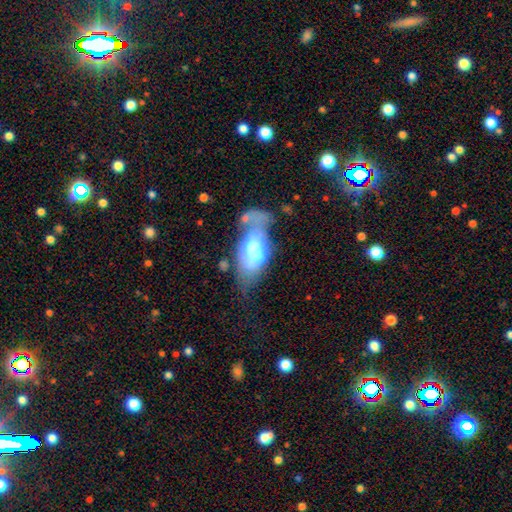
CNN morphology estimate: A smooth galaxy with no disk features (49%).

Vote fractions:
- Smooth or featured? smooth: 49% / featured or disk: 42% / star or artifact: 9%
- Merging? major disturbance: 33% / merger: 28% / none: 21% / minor disturbance: 19%